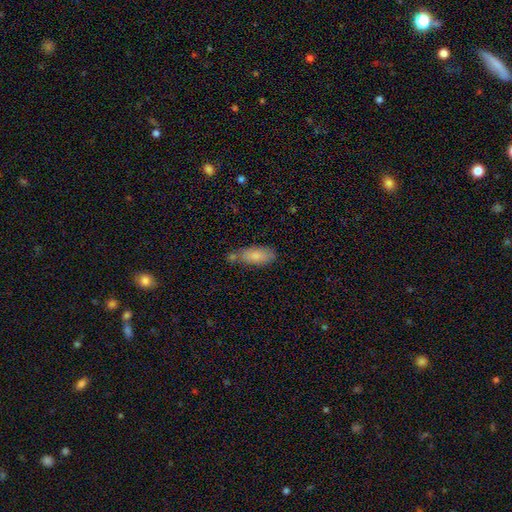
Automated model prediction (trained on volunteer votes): smooth 82%, featured or disk 11%, star or artifact 7%. Down the decision tree: how rounded — in between (84%); merging — none (52%).